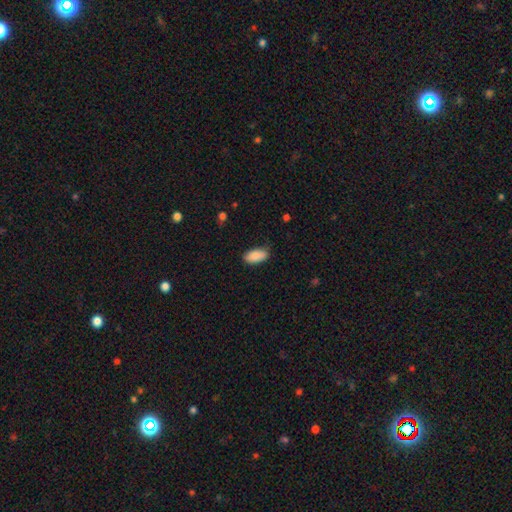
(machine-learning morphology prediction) smooth_or_featured: smooth (p=0.89) [alt: star or artifact p=0.07]
how_rounded: in between (p=0.92) [alt: cigar-shaped p=0.06]
merging: none (p=0.80) [alt: minor disturbance p=0.16]